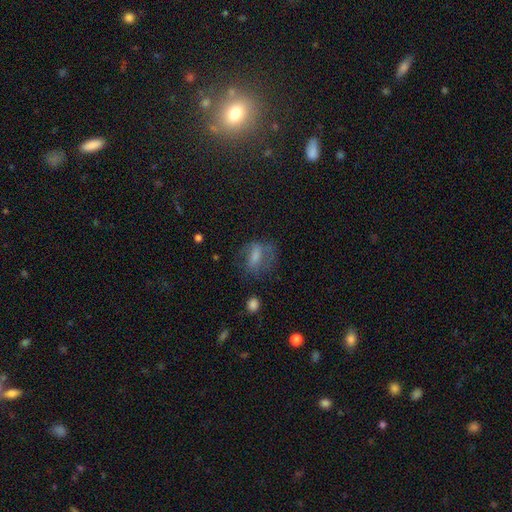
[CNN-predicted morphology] smooth 47%, featured or disk 32%, star or artifact 21%. Down the decision tree: merging — none (57%).